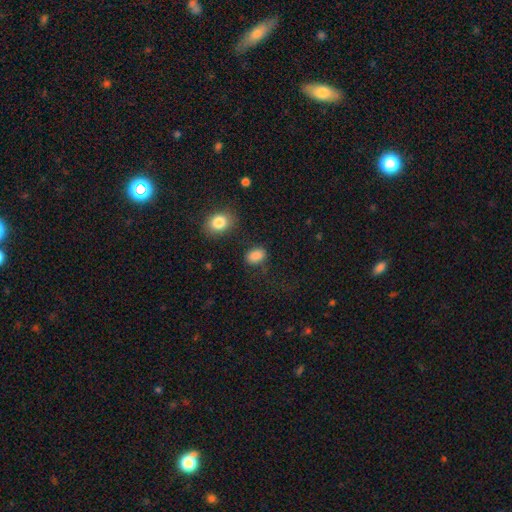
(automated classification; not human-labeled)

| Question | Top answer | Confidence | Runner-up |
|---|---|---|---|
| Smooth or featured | smooth | 86% | star or artifact (9%) |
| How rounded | in between | 83% | round (16%) |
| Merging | none | 75% | minor disturbance (15%) |